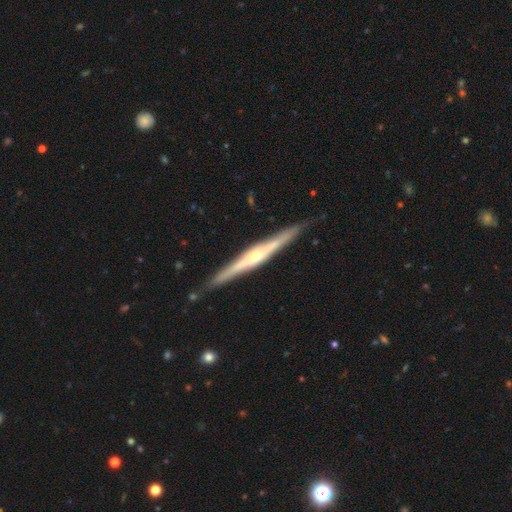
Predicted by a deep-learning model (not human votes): A featured or disk galaxy (79%) viewed edge-on (98%) with a rounded central bulge (68%). Merging: none (88%).